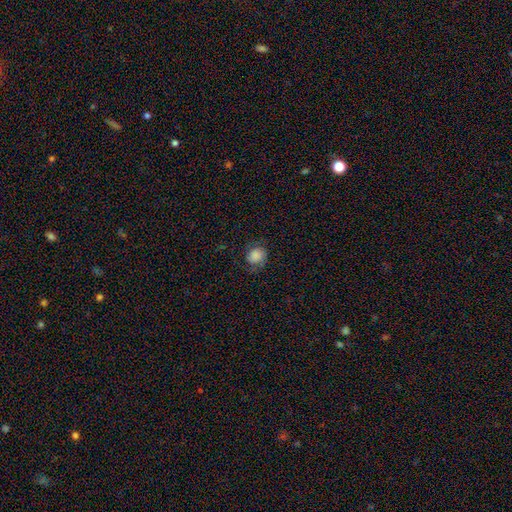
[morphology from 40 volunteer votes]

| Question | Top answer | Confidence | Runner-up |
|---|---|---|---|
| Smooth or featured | smooth | 48% | featured or disk (45%) |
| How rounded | round | 89% | in between (11%) |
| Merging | none | 62% | major disturbance (27%) |